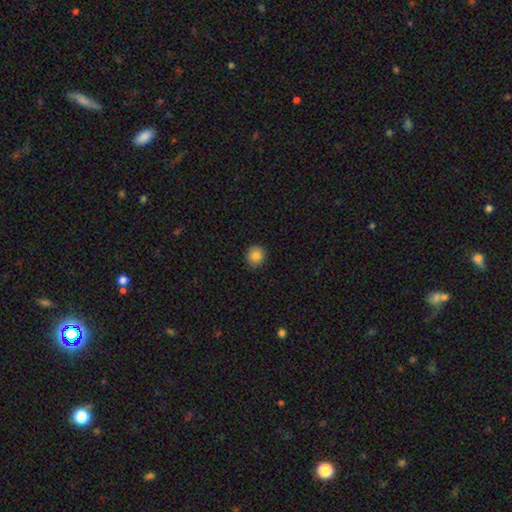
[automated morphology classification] A smooth galaxy with no disk features (83%) that is round (87%).

Vote fractions:
- Smooth or featured? smooth: 83% / star or artifact: 10% / featured or disk: 6%
- How rounded? round: 87% / in between: 12% / cigar-shaped: 1%
- Merging? none: 89% / minor disturbance: 8% / major disturbance: 2% / merger: 1%